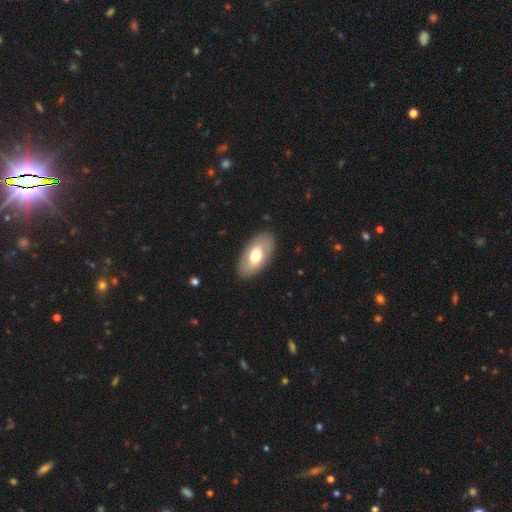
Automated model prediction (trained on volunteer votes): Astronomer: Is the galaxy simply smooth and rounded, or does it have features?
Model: smooth — 59% (runner-up: featured or disk, 35%).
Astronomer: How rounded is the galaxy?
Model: in between — 93%.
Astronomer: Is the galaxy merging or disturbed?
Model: none — 87%.